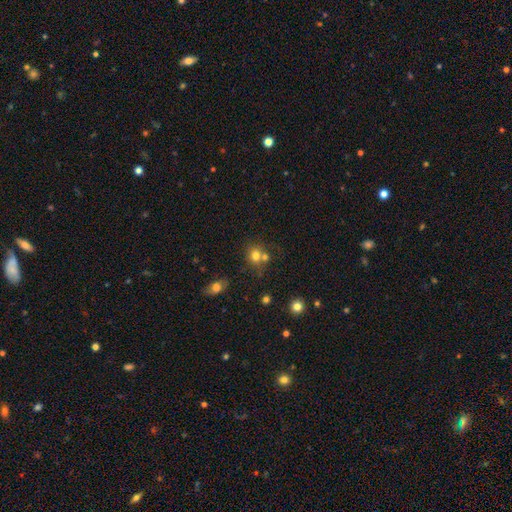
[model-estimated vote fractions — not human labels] The model was most divided on "merging": none: 49%, merger: 36%, minor disturbance: 11%, major disturbance: 4%. More confident: how rounded — round (77%); smooth or featured — smooth (74%).